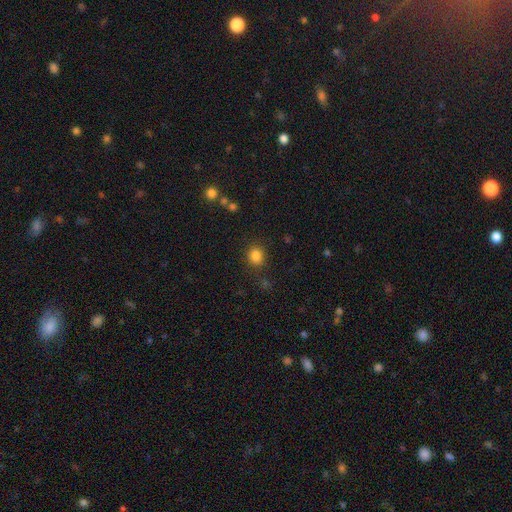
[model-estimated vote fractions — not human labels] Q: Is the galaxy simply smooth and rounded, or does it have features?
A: smooth — 83%.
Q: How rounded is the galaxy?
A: round — 77%.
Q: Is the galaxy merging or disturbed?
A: none — 85%.